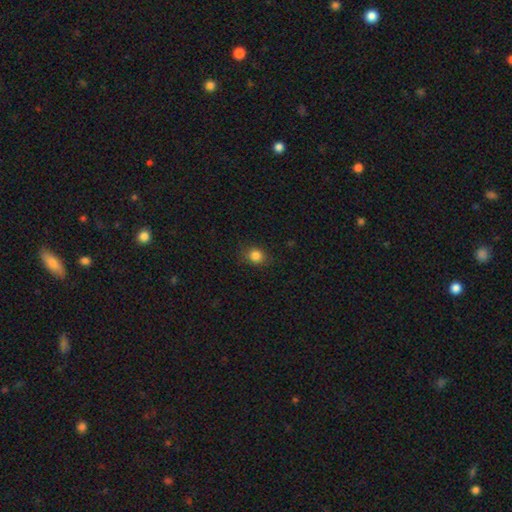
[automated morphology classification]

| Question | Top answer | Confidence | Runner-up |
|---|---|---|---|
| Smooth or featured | smooth | 83% | star or artifact (12%) |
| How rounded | round | 72% | in between (27%) |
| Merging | none | 84% | minor disturbance (12%) |